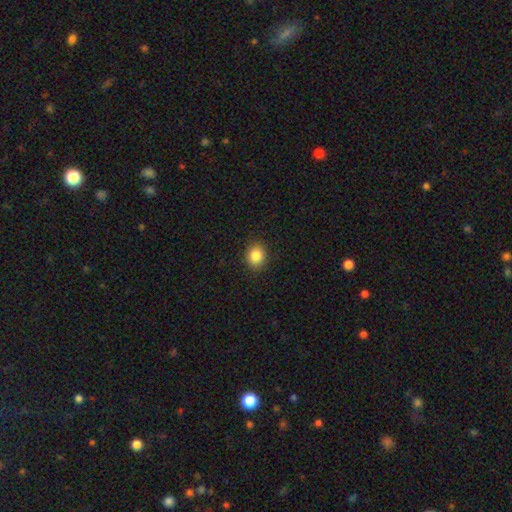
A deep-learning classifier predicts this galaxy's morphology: smooth 85%, star or artifact 10%, featured or disk 5%. Down the decision tree: how rounded — round (64%); merging — none (90%).